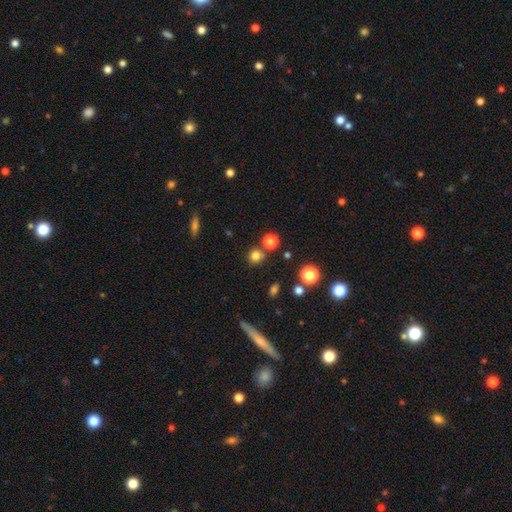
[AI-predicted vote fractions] smooth_or_featured: smooth (p=0.77) [alt: star or artifact p=0.17]
how_rounded: round (p=0.86) [alt: in between p=0.13]
merging: none (p=0.71) [alt: merger p=0.16]